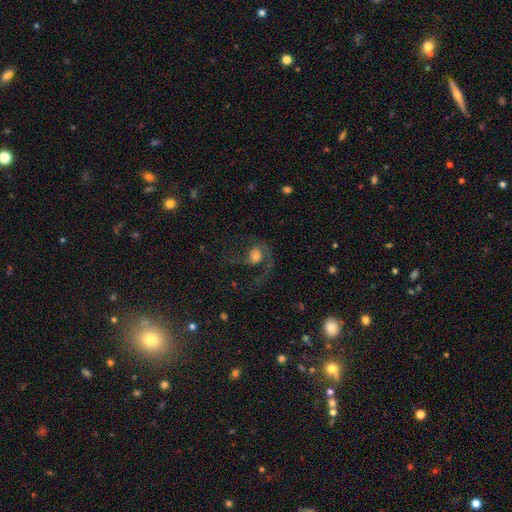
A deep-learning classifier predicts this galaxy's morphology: Q: Smooth or featured?
A: featured or disk (66%); runner-up: smooth (25%)
Q: Edge-on disk?
A: no (98%); runner-up: yes (2%)
Q: Bar?
A: no (70%); runner-up: weak (24%)
Q: Spiral arms?
A: yes (88%); runner-up: no (12%)
Q: Spiral winding?
A: loose (49%); runner-up: medium (41%)
Q: Spiral arm count?
A: 2 (53%); runner-up: 1 (37%)
Q: Bulge size?
A: moderate (51%); runner-up: large (24%)
Q: Merging?
A: none (42%); runner-up: major disturbance (40%)